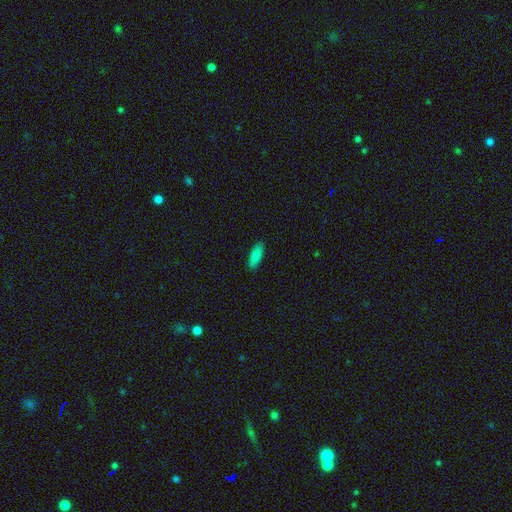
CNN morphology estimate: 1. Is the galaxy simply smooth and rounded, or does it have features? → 87% smooth, 7% star or artifact, 6% featured or disk.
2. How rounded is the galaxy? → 67% in between, 31% cigar-shaped, 2% round.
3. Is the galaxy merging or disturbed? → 90% none, 8% minor disturbance, 2% major disturbance, 1% merger.